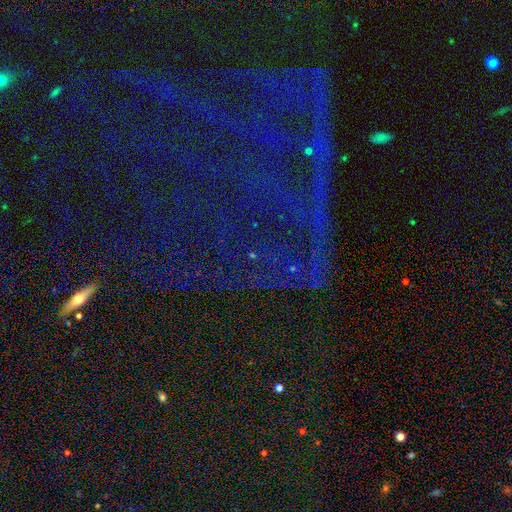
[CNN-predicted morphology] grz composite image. It shows a star or artifact, not a galaxy (84%).